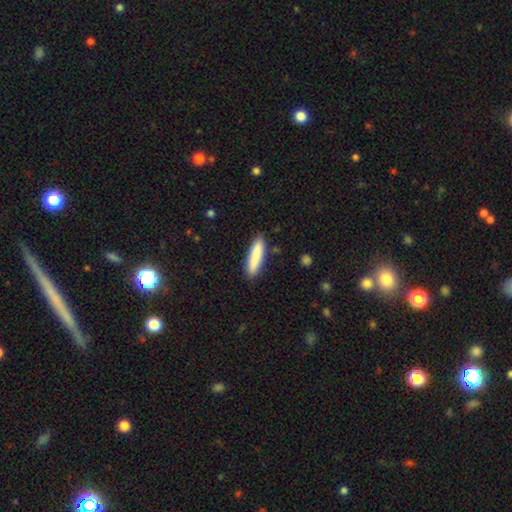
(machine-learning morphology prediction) Smooth or featured? Predicted: smooth (p=0.85). How rounded? Predicted: cigar-shaped (p=0.80). Merging? Predicted: none (p=0.88).